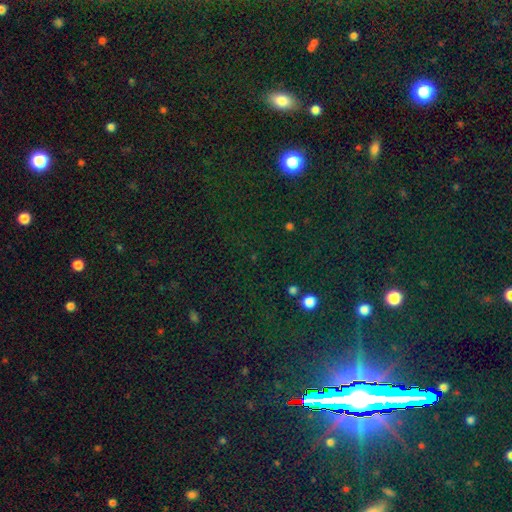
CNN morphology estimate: smooth-or-featured: star or artifact: 80% | smooth: 11% | featured or disk: 9%